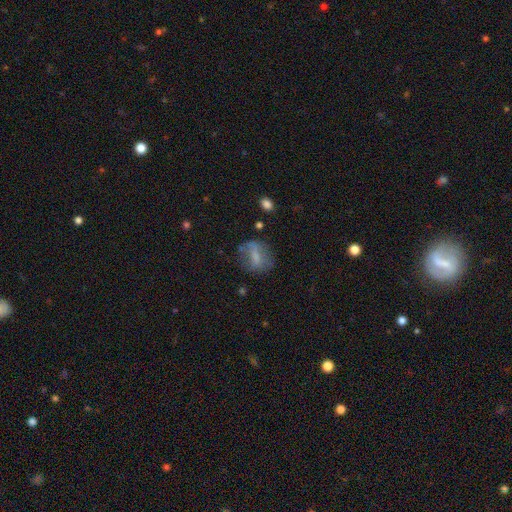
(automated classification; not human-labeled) smooth_or_featured: smooth (p=0.60) [alt: featured or disk p=0.29]
how_rounded: in between (p=0.52) [alt: round p=0.42]
merging: none (p=0.57) [alt: minor disturbance p=0.23]